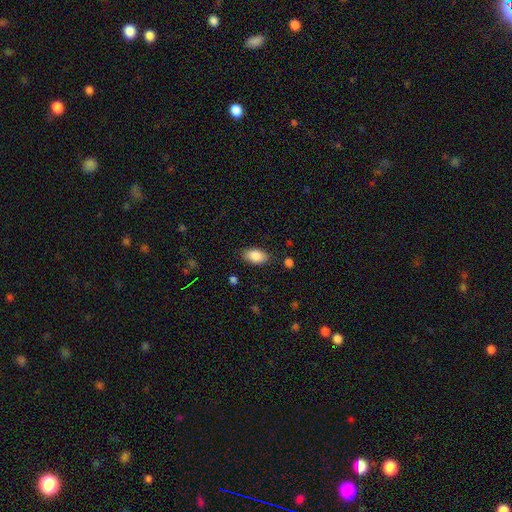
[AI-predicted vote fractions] smooth 86%, star or artifact 7%, featured or disk 7%. Down the decision tree: how rounded — in between (92%); merging — none (84%).